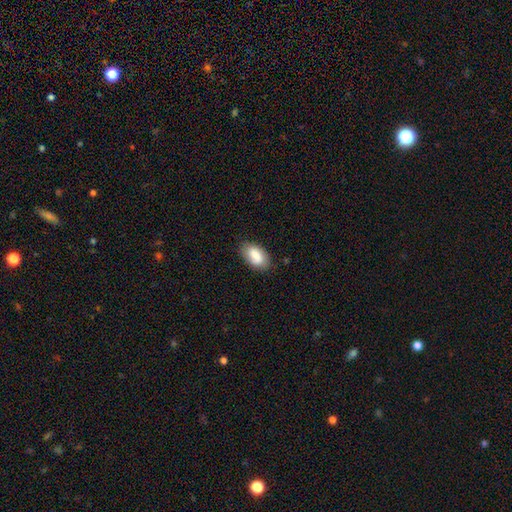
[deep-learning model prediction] Morphology: type=smooth (80%); roundness=in between (93%); merging=none (76%).